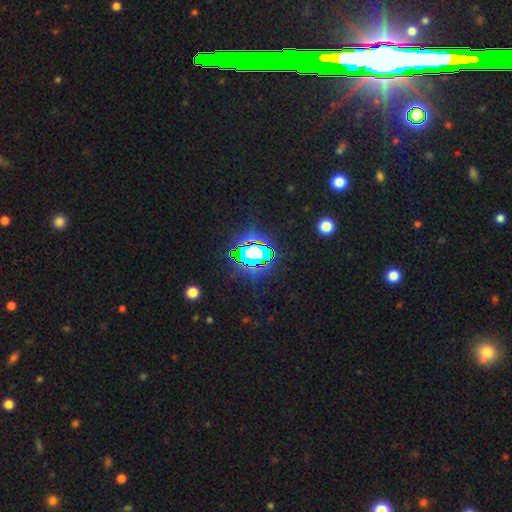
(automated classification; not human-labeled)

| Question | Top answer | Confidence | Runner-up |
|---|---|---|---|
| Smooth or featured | star or artifact | 73% | smooth (16%) |